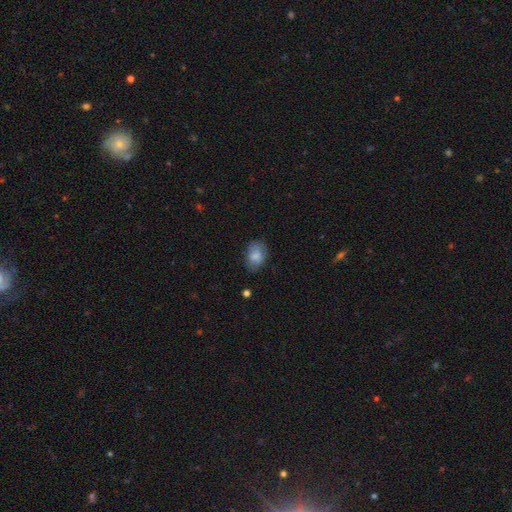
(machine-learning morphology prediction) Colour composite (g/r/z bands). It shows a smooth galaxy with no disk features (83%) that is in between round and cigar-shaped (83%). Merging: none (74%).